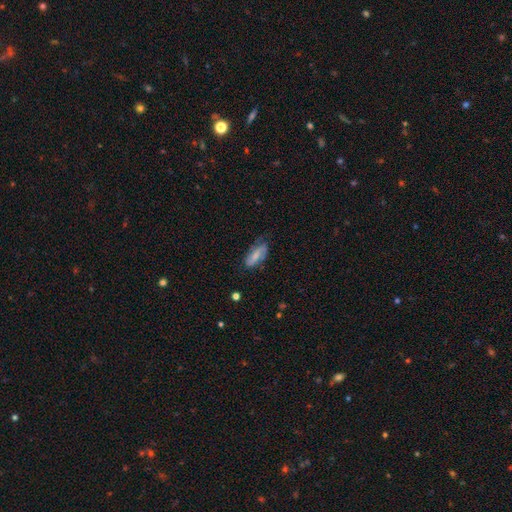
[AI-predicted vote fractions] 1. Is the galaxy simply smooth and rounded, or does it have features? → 56% smooth, 37% featured or disk, 7% star or artifact.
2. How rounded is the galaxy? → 81% in between, 16% cigar-shaped, 3% round.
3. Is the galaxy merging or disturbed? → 55% none, 31% minor disturbance, 12% major disturbance, 2% merger.